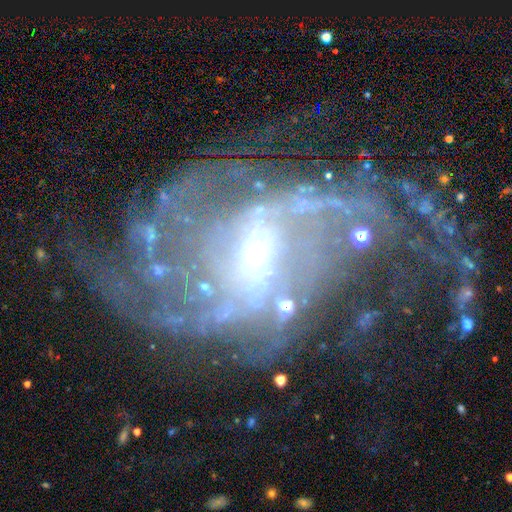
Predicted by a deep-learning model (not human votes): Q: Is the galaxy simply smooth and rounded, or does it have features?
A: featured or disk — 84%.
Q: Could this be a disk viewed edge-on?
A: no — 97%.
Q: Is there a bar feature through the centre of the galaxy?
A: weak — 42%.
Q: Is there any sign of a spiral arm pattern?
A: yes — 87%.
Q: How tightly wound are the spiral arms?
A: medium — 42%.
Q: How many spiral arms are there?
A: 2 — 45%.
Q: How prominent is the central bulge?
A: small — 72%.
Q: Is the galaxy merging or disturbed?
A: none — 45%.